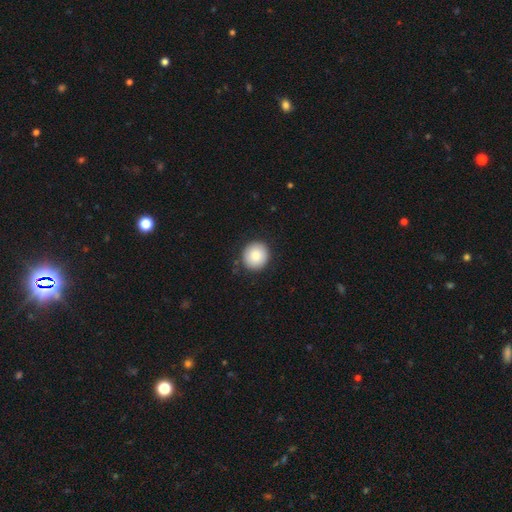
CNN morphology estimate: Smooth or featured?
  - smooth: 85% *
  - star or artifact: 8%
  - featured or disk: 7%
How rounded?
  - round: 92% *
  - in between: 7%
  - cigar-shaped: 1%
Merging?
  - none: 89% *
  - minor disturbance: 8%
  - major disturbance: 2%
  - merger: 1%